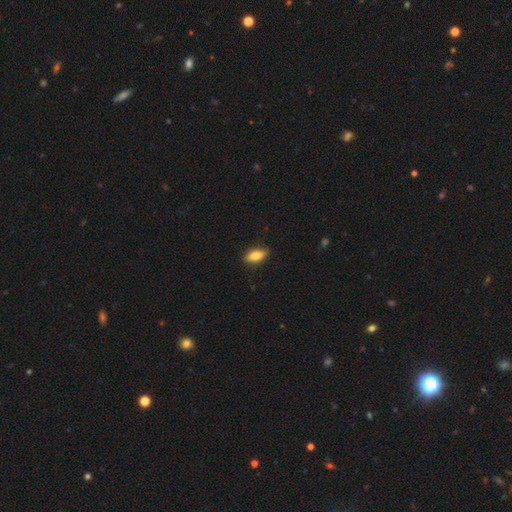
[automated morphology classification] smooth-or-featured: smooth: 73% | featured or disk: 20% | star or artifact: 7%
  how-rounded: in between: 75% | cigar-shaped: 22% | round: 3%
  merging: none: 87% | minor disturbance: 10% | major disturbance: 2% | merger: 1%